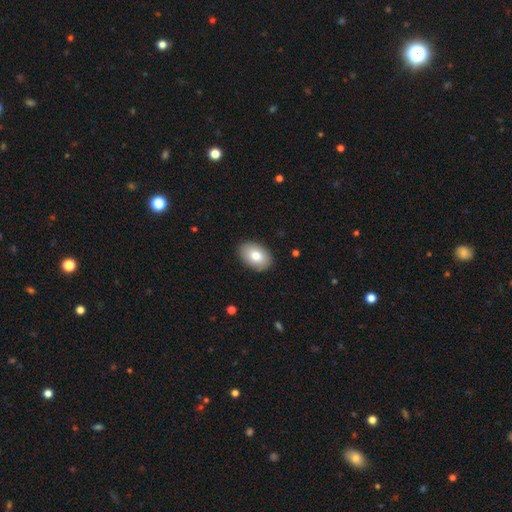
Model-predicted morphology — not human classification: This appears to be a smooth galaxy with no disk features (80%) that is in between round and cigar-shaped (86%). Merging: none (88%).